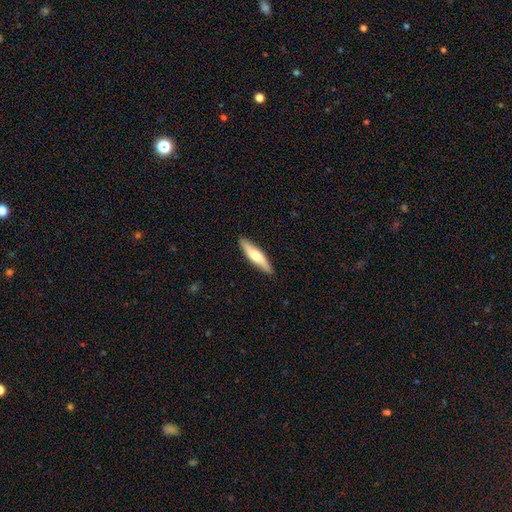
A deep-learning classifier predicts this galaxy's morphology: Smooth or featured? Predicted: smooth (p=0.54). How rounded? Predicted: cigar-shaped (p=0.79). Merging? Predicted: none (p=0.89).